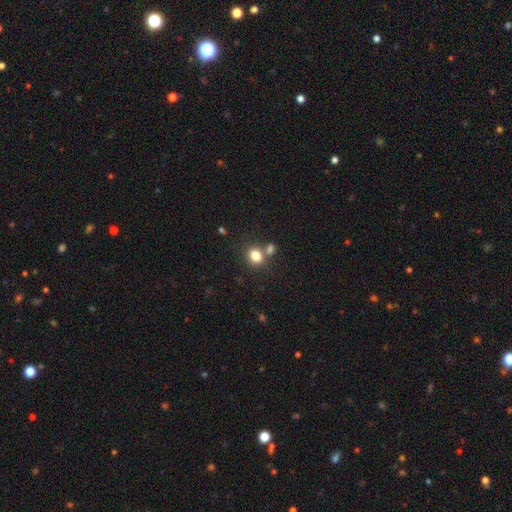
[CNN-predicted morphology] Smooth or featured?
  - smooth: 81% *
  - star or artifact: 12%
  - featured or disk: 7%
How rounded?
  - round: 58% *
  - in between: 41%
  - cigar-shaped: 1%
Merging?
  - none: 59% *
  - merger: 27%
  - minor disturbance: 11%
  - major disturbance: 4%